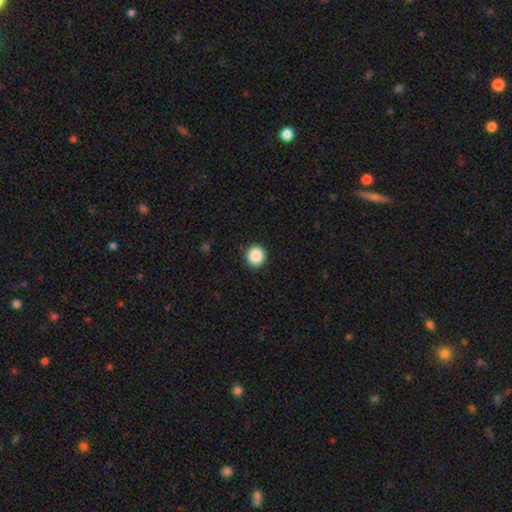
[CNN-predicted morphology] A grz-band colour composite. It shows a smooth galaxy with no disk features (88%) that is round (94%). Merging: none (93%).